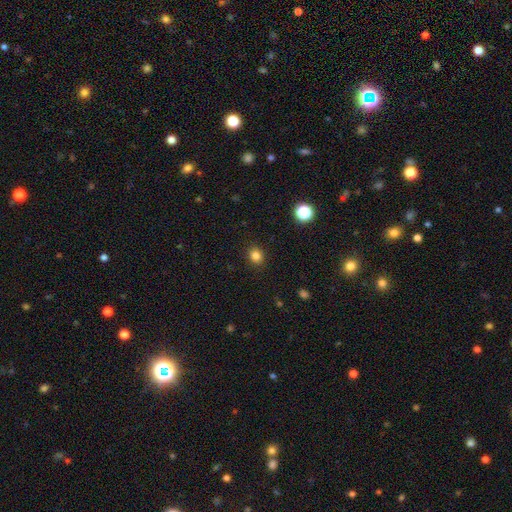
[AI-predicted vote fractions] Smooth or featured? Predicted: smooth (p=0.83). How rounded? Predicted: round (p=0.71). Merging? Predicted: none (p=0.90).